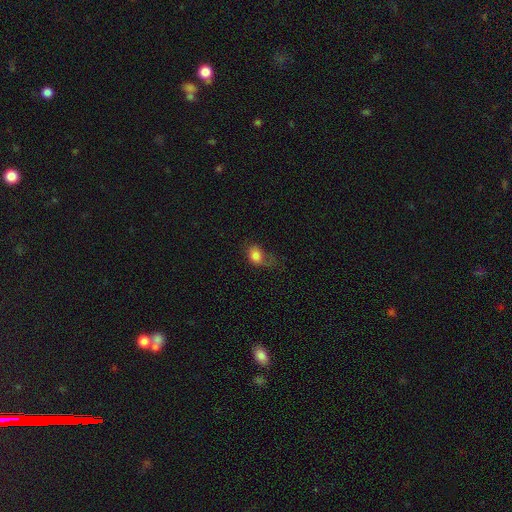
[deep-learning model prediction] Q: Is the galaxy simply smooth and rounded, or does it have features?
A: smooth — 78%.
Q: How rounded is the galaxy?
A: in between — 54%.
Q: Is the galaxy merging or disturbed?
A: major disturbance — 37%.